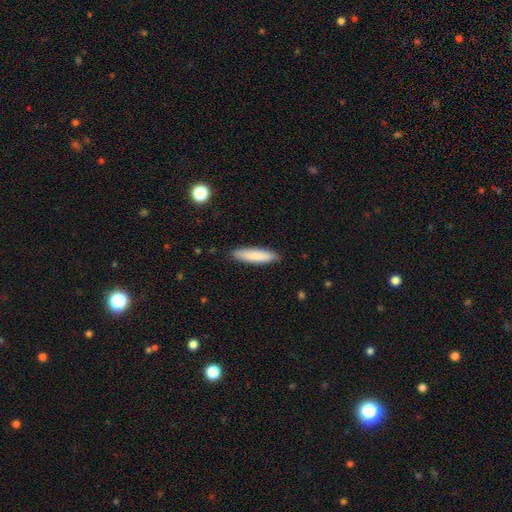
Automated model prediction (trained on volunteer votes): smooth_or_featured: smooth (p=0.85) [alt: featured or disk p=0.10]
how_rounded: cigar-shaped (p=0.78) [alt: in between p=0.21]
merging: none (p=0.88) [alt: minor disturbance p=0.09]